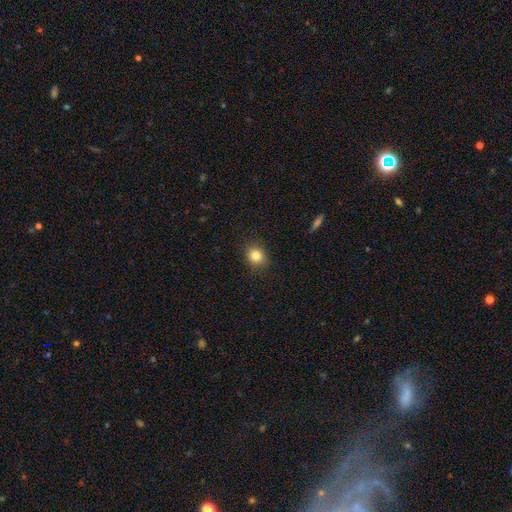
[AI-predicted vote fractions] Morphology: type=smooth (83%); roundness=round (68%); merging=none (88%).